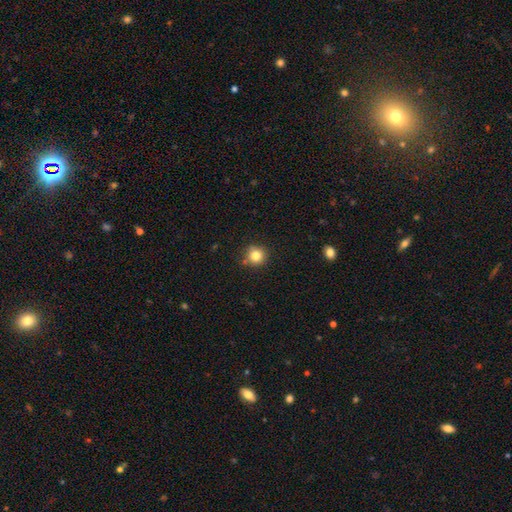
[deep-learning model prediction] Smooth or featured? smooth (82%)
How rounded? round (93%)
Merging? none (85%)